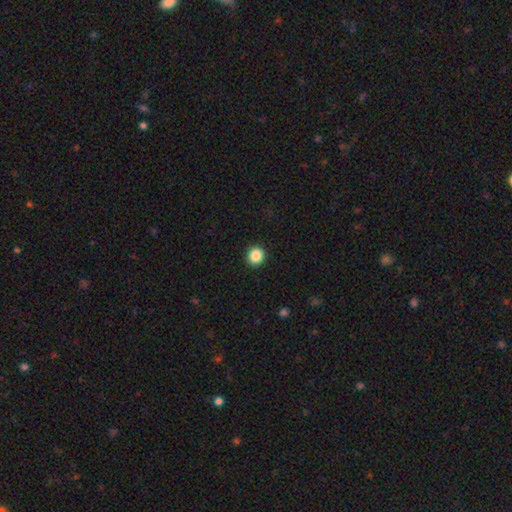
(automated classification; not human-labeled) Smooth or featured? Predicted: smooth (p=0.87). How rounded? Predicted: round (p=0.90). Merging? Predicted: none (p=0.92).